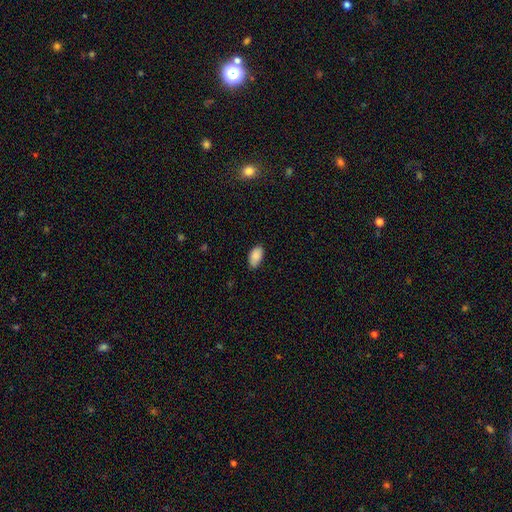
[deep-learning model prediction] A smooth galaxy with no disk features (88%) that is in between round and cigar-shaped (95%).

Vote fractions:
- Smooth or featured? smooth: 88% / star or artifact: 7% / featured or disk: 5%
- How rounded? in between: 95% / round: 3% / cigar-shaped: 2%
- Merging? none: 83% / minor disturbance: 14% / major disturbance: 2% / merger: 1%